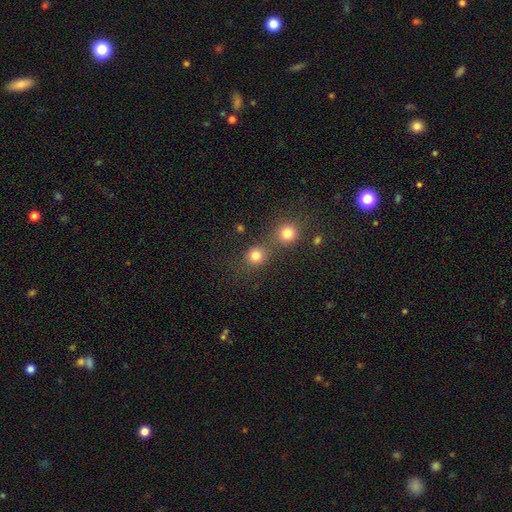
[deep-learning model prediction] The model was most divided on "merging": none: 54%, merger: 35%, minor disturbance: 7%, major disturbance: 4%. More confident: how rounded — round (87%); smooth or featured — smooth (80%).